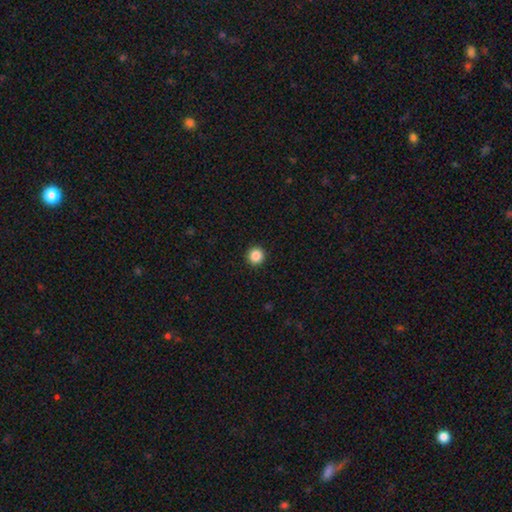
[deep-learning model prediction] Morphology: type=smooth (87%); roundness=round (95%); merging=none (93%).